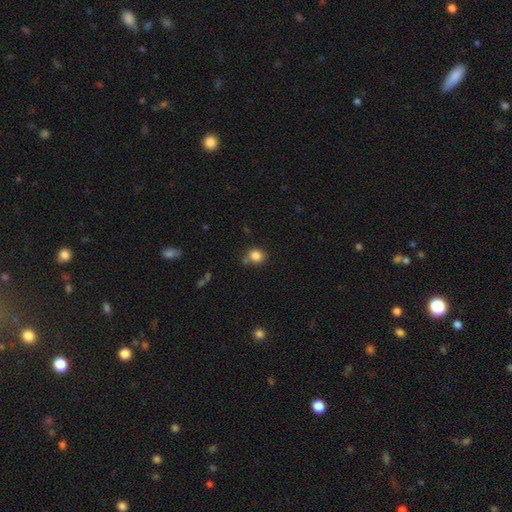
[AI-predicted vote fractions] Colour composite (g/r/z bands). It shows a smooth galaxy with no disk features (83%) that is round (79%). Merging: none (71%).